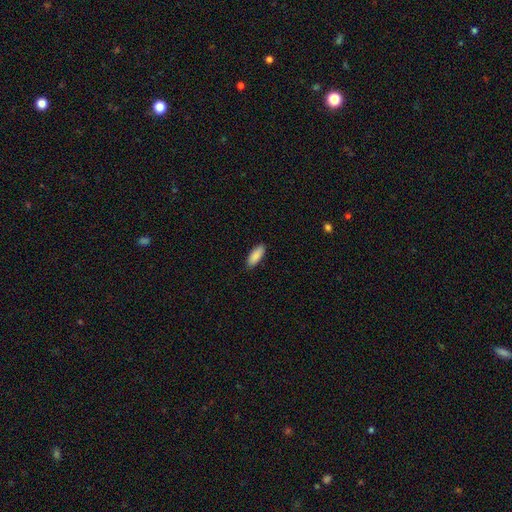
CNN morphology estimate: Smooth or featured?
  - smooth: 90% *
  - star or artifact: 6%
  - featured or disk: 4%
How rounded?
  - in between: 75% *
  - cigar-shaped: 23%
  - round: 2%
Merging?
  - none: 88% *
  - minor disturbance: 9%
  - major disturbance: 2%
  - merger: 1%